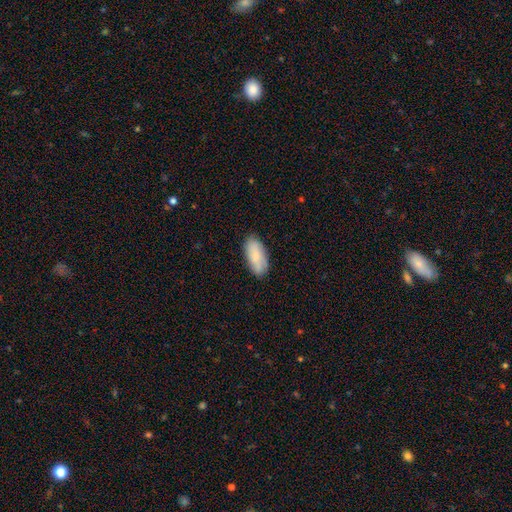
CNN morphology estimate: smooth_or_featured: smooth (p=0.77) [alt: featured or disk p=0.17]
how_rounded: in between (p=0.90) [alt: cigar-shaped p=0.07]
merging: none (p=0.82) [alt: minor disturbance p=0.14]